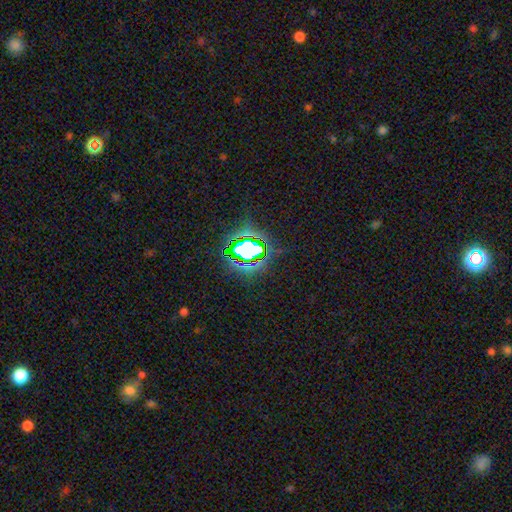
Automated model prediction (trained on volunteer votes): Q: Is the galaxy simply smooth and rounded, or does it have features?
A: star or artifact — 82%.